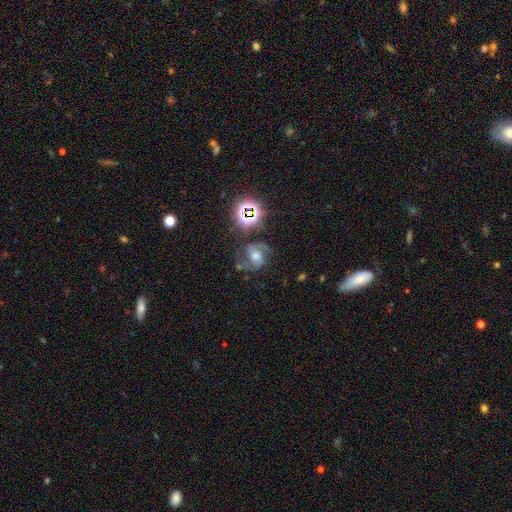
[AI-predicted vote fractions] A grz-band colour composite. It shows a featured or disk galaxy (67%) with no bar (42%), 2 (88%) medium (55%) spiral arms (93%) and a moderate central bulge (67%). Merging: none (67%).